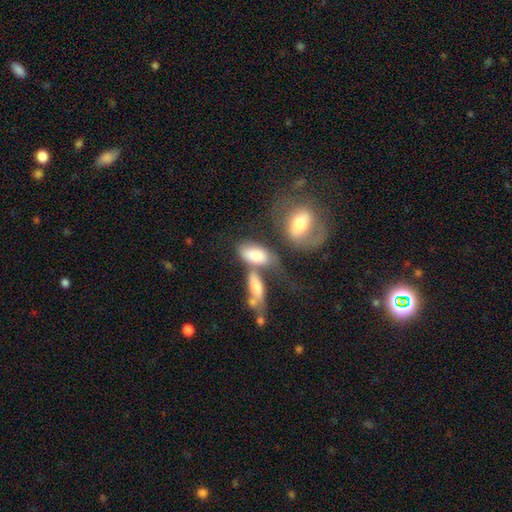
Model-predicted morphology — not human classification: Overall: smooth (73%). How rounded: in between (89%). Merging: merger (49%; none 27%).